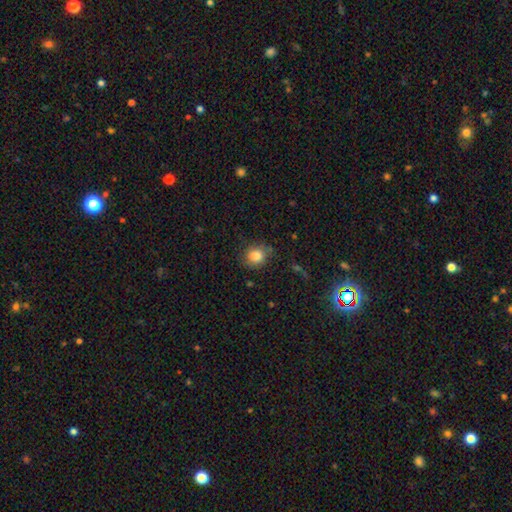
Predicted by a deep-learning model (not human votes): Smooth or featured?
  - smooth: 84% *
  - star or artifact: 9%
  - featured or disk: 7%
How rounded?
  - round: 71% *
  - in between: 28%
  - cigar-shaped: 1%
Merging?
  - none: 73% *
  - minor disturbance: 19%
  - major disturbance: 6%
  - merger: 2%